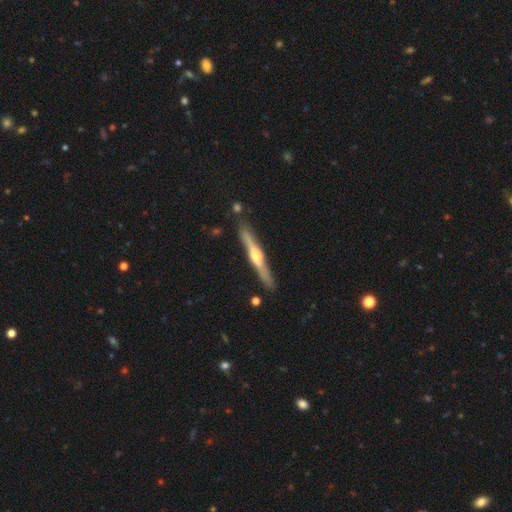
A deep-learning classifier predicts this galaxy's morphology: A featured or disk galaxy (71%) viewed edge-on (97%) with a rounded central bulge (88%).

Vote fractions:
- Smooth or featured? featured or disk: 71% / smooth: 24% / star or artifact: 5%
- Edge-on disk? yes: 97% / no: 3%
- Edge-on bulge? rounded: 88% / none: 7% / boxy: 5%
- Merging? none: 85% / minor disturbance: 10% / merger: 3% / major disturbance: 2%